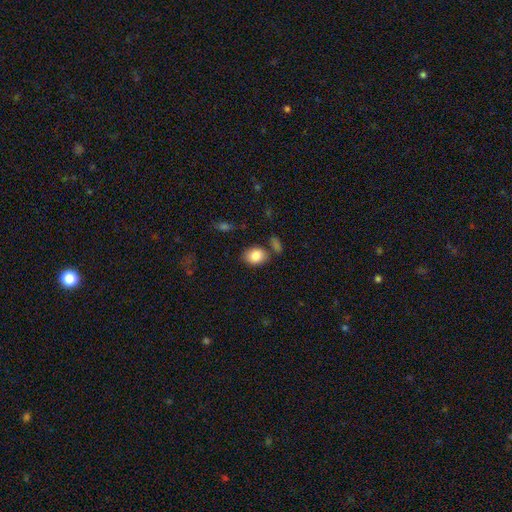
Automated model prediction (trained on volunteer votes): A smooth galaxy with no disk features (84%) that is in between round and cigar-shaped (63%). Merging: none (75%).